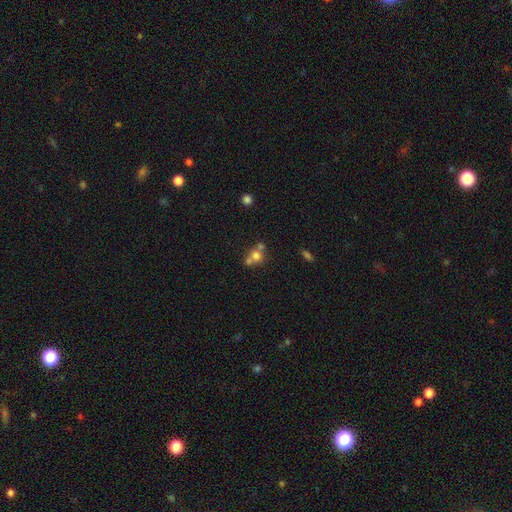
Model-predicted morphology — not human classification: A smooth galaxy with no disk features (65%) that is round (75%).

Vote fractions:
- Smooth or featured? smooth: 65% / featured or disk: 21% / star or artifact: 14%
- How rounded? round: 75% / in between: 24% / cigar-shaped: 2%
- Merging? merger: 48% / none: 38% / minor disturbance: 9% / major disturbance: 5%